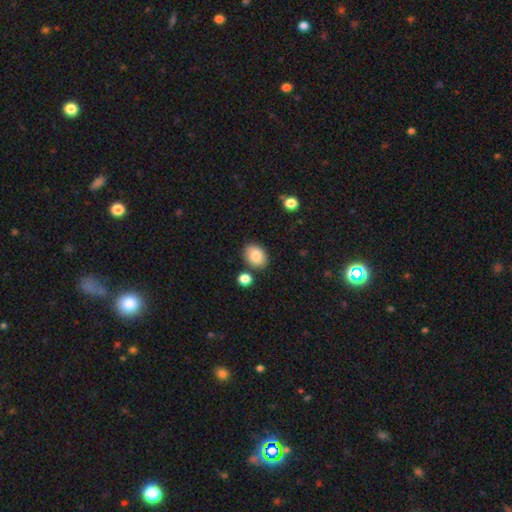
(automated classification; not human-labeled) smooth 82%, featured or disk 10%, star or artifact 8%. Down the decision tree: how rounded — in between (57%); merging — none (81%).